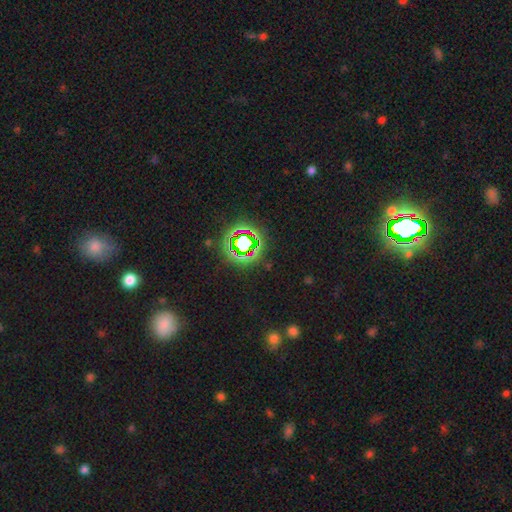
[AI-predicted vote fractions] This appears to be a star or artifact, not a galaxy (76%).